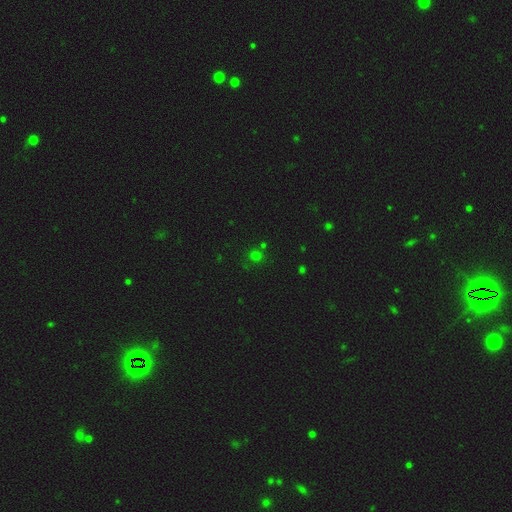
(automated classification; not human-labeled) Smooth or featured? Predicted: smooth (p=0.60). How rounded? Predicted: round (p=0.90). Merging? Predicted: none (p=0.77).